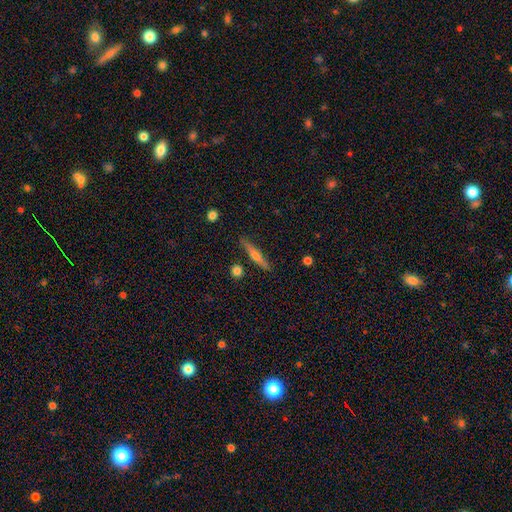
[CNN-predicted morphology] Overall: featured or disk (51%; smooth 42%). Edge-on disk: yes (95%). Merging: none (86%).